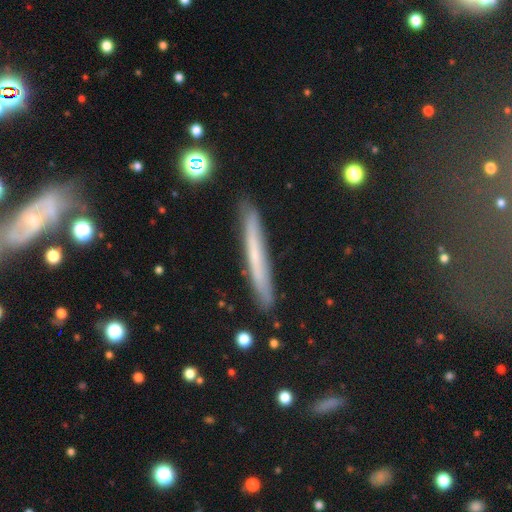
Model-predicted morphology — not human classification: smooth-or-featured: smooth: 50% | featured or disk: 41% | star or artifact: 9%
  merging: none: 88% | minor disturbance: 9% | major disturbance: 2% | merger: 1%